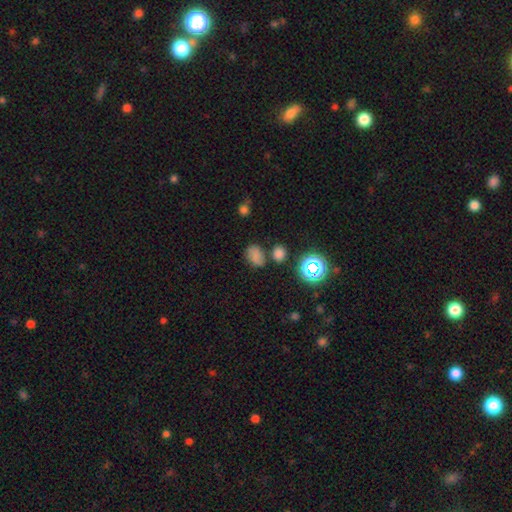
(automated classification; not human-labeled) Overall: smooth (71%). How rounded: in between (75%). Merging: none (63%).